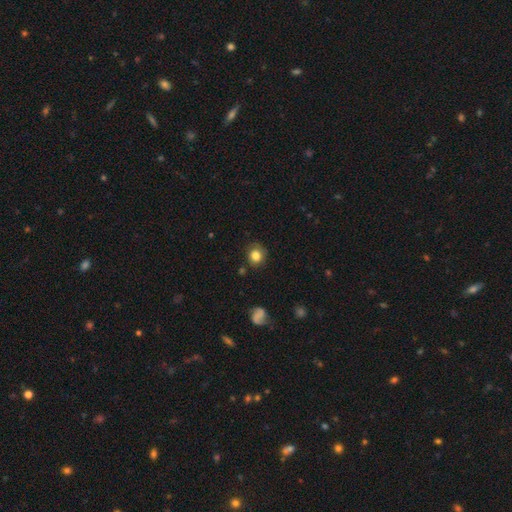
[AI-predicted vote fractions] A smooth galaxy with no disk features (82%) that is round (83%). Merging: none (79%).